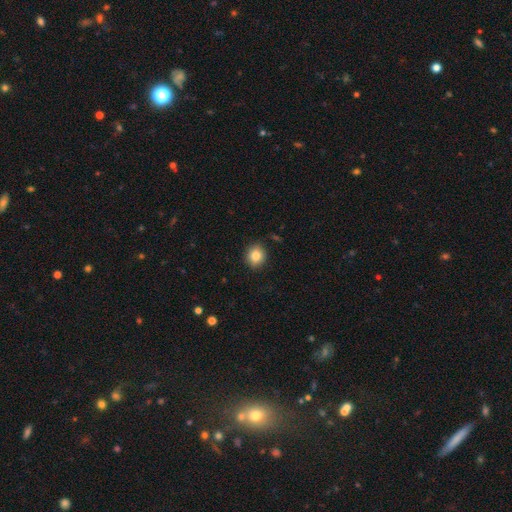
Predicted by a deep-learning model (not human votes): Smooth or featured?
  - smooth: 84% *
  - star or artifact: 10%
  - featured or disk: 7%
How rounded?
  - round: 76% *
  - in between: 23%
  - cigar-shaped: 1%
Merging?
  - none: 89% *
  - minor disturbance: 8%
  - major disturbance: 2%
  - merger: 1%